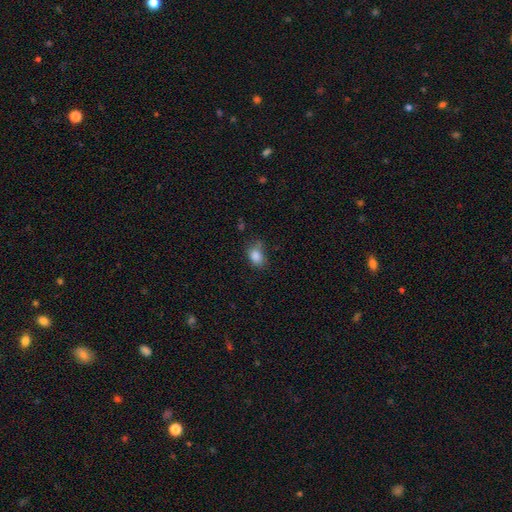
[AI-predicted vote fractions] Q: Smooth or featured?
A: smooth (84%); runner-up: star or artifact (9%)
Q: How rounded?
A: in between (77%); runner-up: round (21%)
Q: Merging?
A: none (61%); runner-up: minor disturbance (26%)